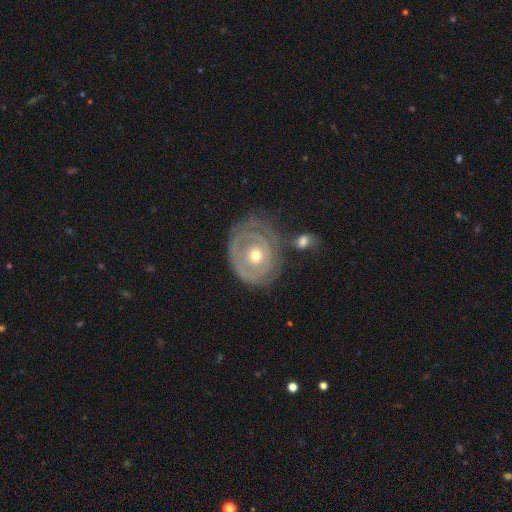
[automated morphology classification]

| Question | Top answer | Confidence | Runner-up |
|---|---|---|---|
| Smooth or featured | featured or disk | 75% | smooth (20%) |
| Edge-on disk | no | 96% | yes (4%) |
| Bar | no | 84% | weak (13%) |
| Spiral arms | yes | 67% | no (33%) |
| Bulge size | moderate | 65% | small (30%) |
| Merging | none | 57% | minor disturbance (21%) |